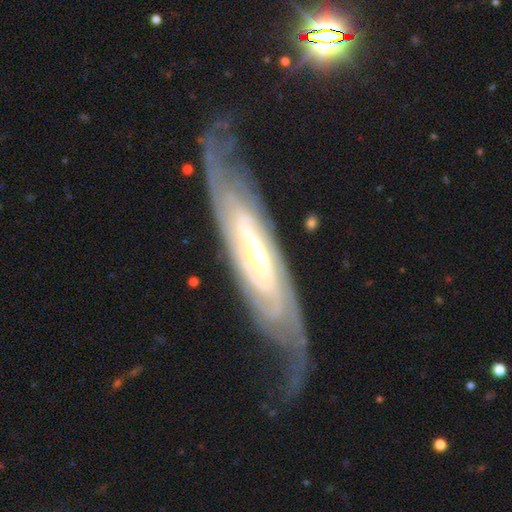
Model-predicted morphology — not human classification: Smooth or featured? featured or disk (86%)
Edge-on disk? no (79%)
Bar? no (58%)
Spiral arms? yes (93%)
Spiral winding? tight (65%)
Spiral arm count? can't tell (44%)
Bulge size? small (65%)
Merging? none (65%)